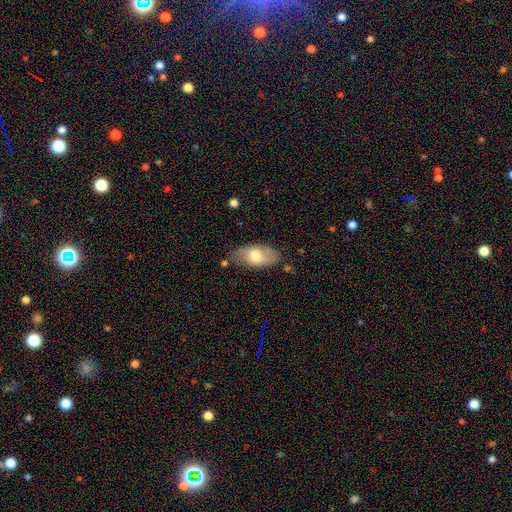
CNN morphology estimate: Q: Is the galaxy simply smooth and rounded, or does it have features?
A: smooth — 70%.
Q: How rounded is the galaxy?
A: in between — 93%.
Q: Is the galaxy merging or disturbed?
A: none — 76%.